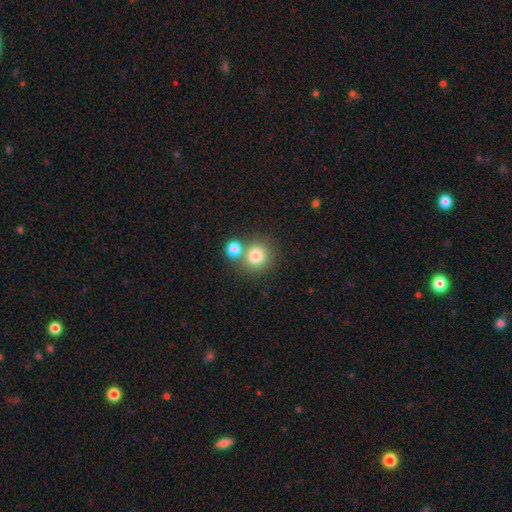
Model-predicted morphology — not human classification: Smooth or featured?
  - smooth: 80% *
  - star or artifact: 11%
  - featured or disk: 9%
How rounded?
  - round: 90% *
  - in between: 9%
  - cigar-shaped: 1%
Merging?
  - none: 58% *
  - merger: 31%
  - minor disturbance: 7%
  - major disturbance: 3%